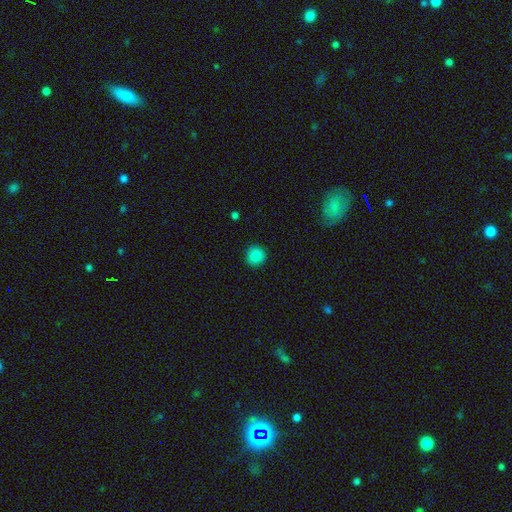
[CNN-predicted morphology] type=smooth (87%); roundness=round (93%); merging=none (91%).